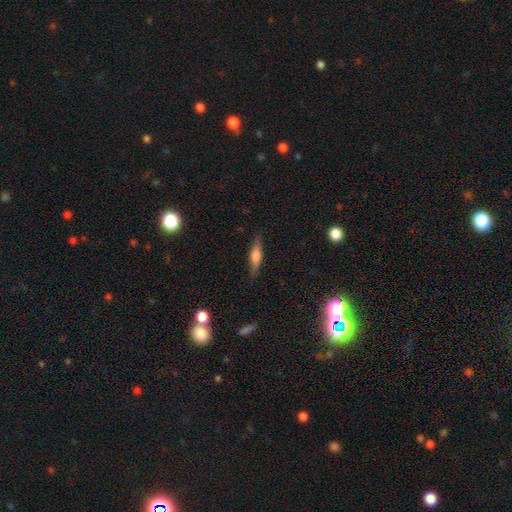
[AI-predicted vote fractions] The model was most divided on "smooth or featured": smooth: 51%, featured or disk: 42%, star or artifact: 8%. More confident: merging — none (85%); how rounded — cigar-shaped (72%).